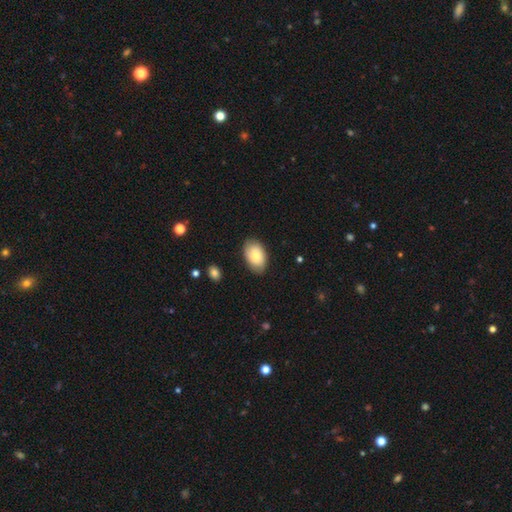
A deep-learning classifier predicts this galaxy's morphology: Q: Smooth or featured?
A: smooth (80%); runner-up: featured or disk (13%)
Q: How rounded?
A: in between (92%); runner-up: round (7%)
Q: Merging?
A: none (83%); runner-up: minor disturbance (13%)